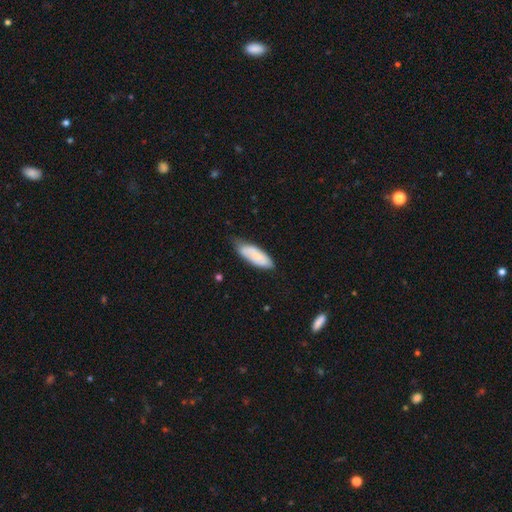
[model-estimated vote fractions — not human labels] Smooth or featured? smooth (65%)
How rounded? in between (71%)
Merging? none (62%)